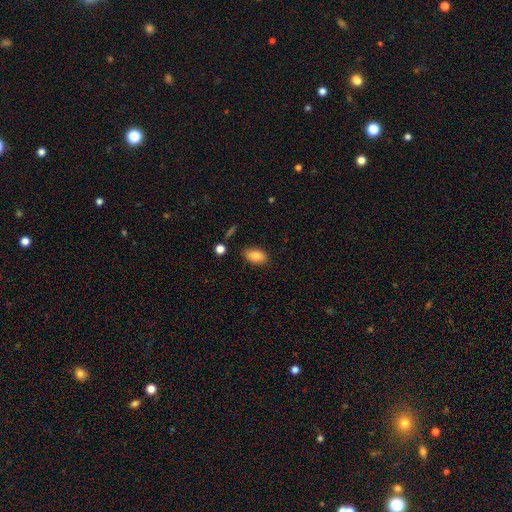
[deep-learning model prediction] This appears to be a smooth galaxy with no disk features (83%) that is in between round and cigar-shaped (92%). Merging: none (84%).